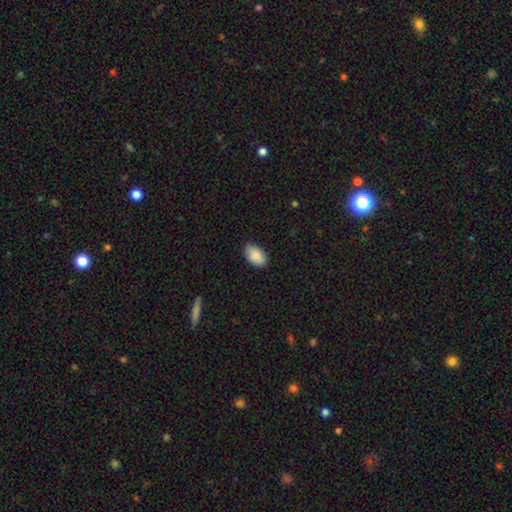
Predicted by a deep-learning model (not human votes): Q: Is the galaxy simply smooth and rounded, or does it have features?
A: smooth — 89%.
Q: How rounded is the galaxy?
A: in between — 93%.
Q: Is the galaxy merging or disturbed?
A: none — 85%.